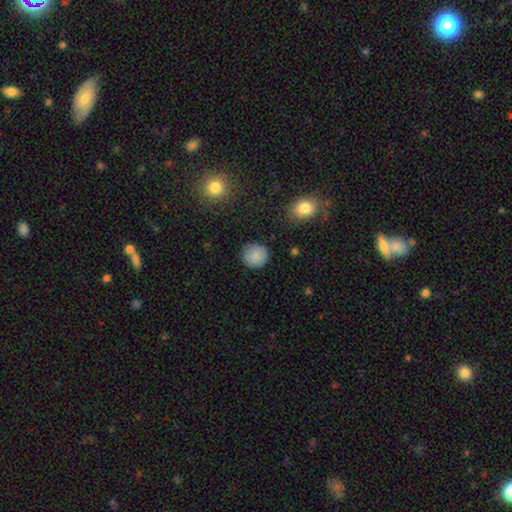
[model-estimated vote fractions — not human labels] Q: Smooth or featured?
A: smooth (87%); runner-up: star or artifact (8%)
Q: How rounded?
A: round (90%); runner-up: in between (9%)
Q: Merging?
A: none (86%); runner-up: minor disturbance (10%)